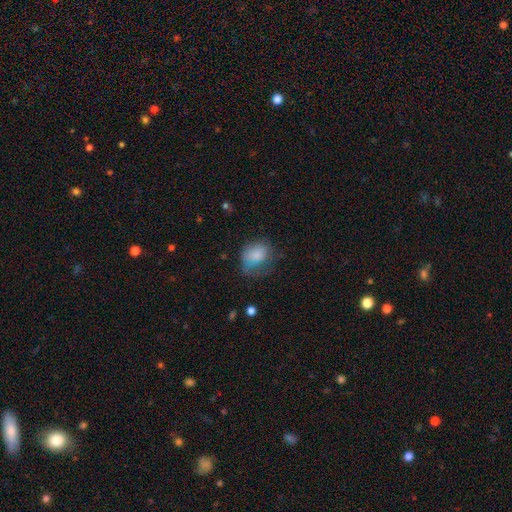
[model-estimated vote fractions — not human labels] smooth 80%, featured or disk 12%, star or artifact 8%. Down the decision tree: how rounded — in between (58%); merging — none (45%).